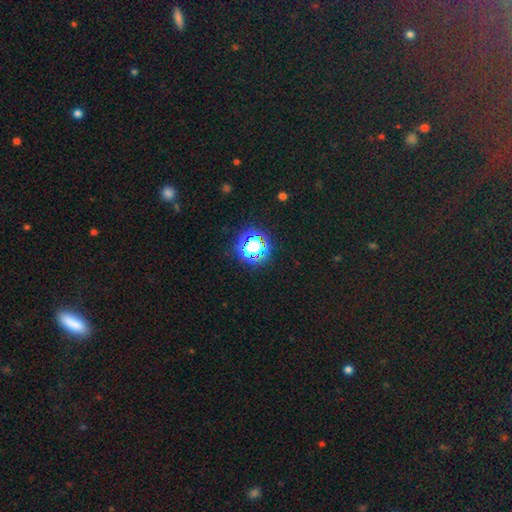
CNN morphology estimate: Overall: star or artifact (56%; smooth 34%).